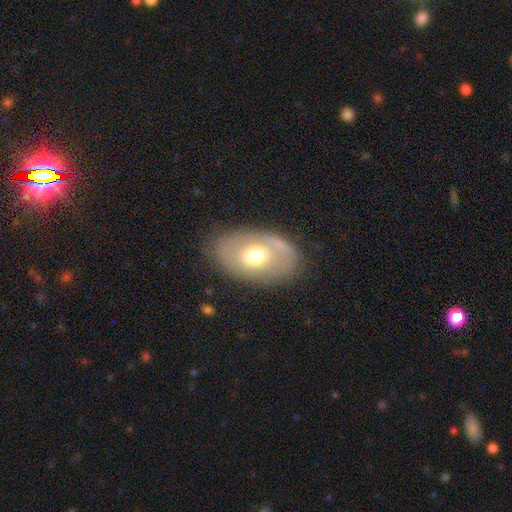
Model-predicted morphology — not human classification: Smooth or featured? Predicted: smooth (p=0.51). How rounded? Predicted: in between (p=0.85). Merging? Predicted: none (p=0.75).